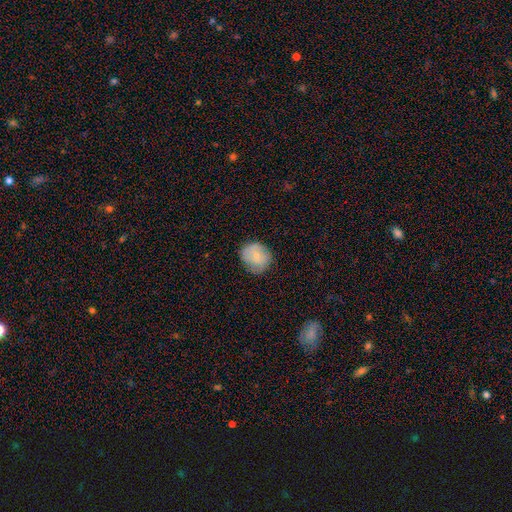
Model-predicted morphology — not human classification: The model was most divided on "merging": none: 71%, minor disturbance: 22%, major disturbance: 6%, merger: 1%. More confident: how rounded — round (79%); smooth or featured — smooth (75%).